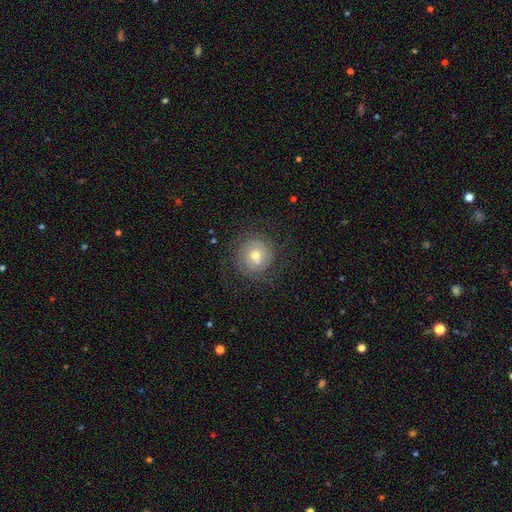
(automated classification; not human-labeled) Q: Smooth or featured?
A: featured or disk (71%); runner-up: smooth (21%)
Q: Edge-on disk?
A: no (97%); runner-up: yes (3%)
Q: Bar?
A: no (65%); runner-up: weak (28%)
Q: Spiral arms?
A: yes (90%); runner-up: no (10%)
Q: Spiral winding?
A: tight (71%); runner-up: medium (21%)
Q: Spiral arm count?
A: 2 (38%); runner-up: can't tell (33%)
Q: Bulge size?
A: moderate (64%); runner-up: small (30%)
Q: Merging?
A: none (78%); runner-up: minor disturbance (12%)